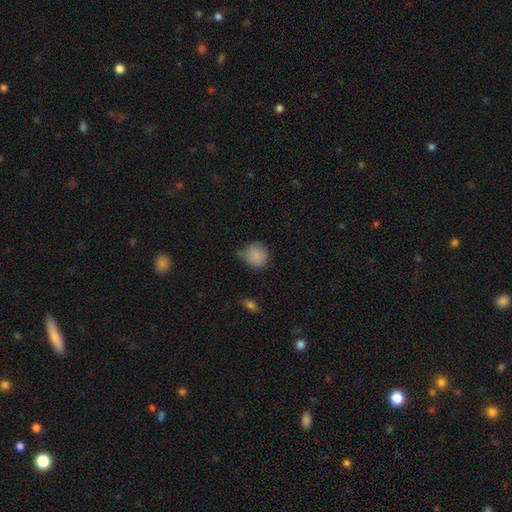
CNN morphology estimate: A smooth galaxy with no disk features (85%) that is round (85%). Merging: none (53%).